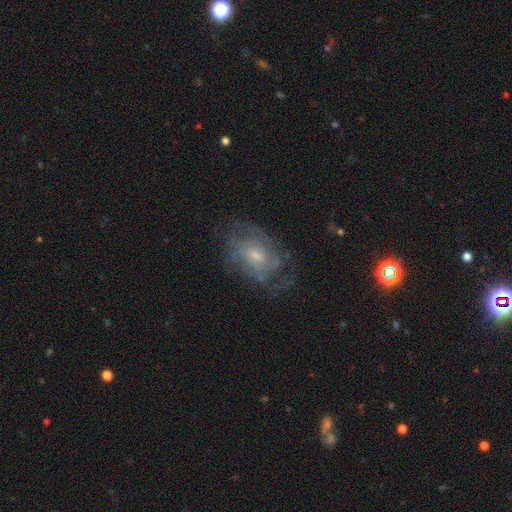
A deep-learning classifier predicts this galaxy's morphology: type=featured or disk (69%); edge-on=no (96%); bar=no (64%); spiral arms=yes (80%); winding=tight (45%); arm count=can't tell (51%); bulge=small (49%); merging=none (60%).